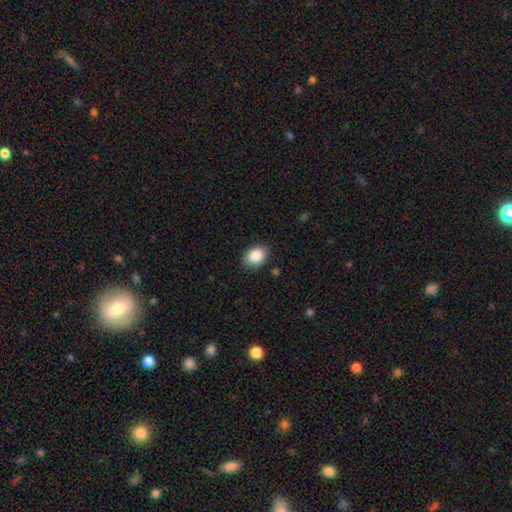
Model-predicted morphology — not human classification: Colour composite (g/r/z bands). It shows a smooth galaxy with no disk features (88%) that is in between round and cigar-shaped (67%). Merging: none (86%).